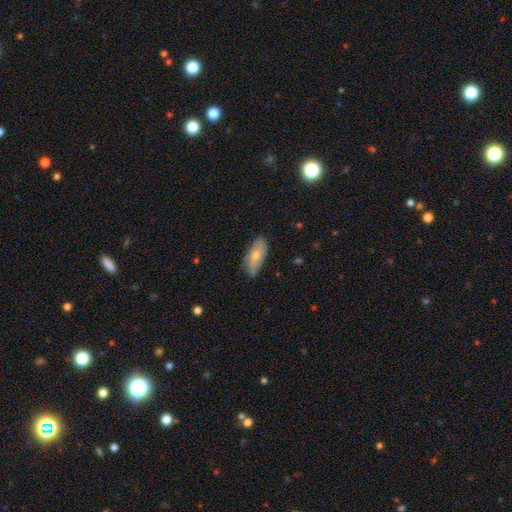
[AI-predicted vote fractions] smooth 73%, featured or disk 21%, star or artifact 6%. Down the decision tree: how rounded — in between (87%); merging — none (72%).